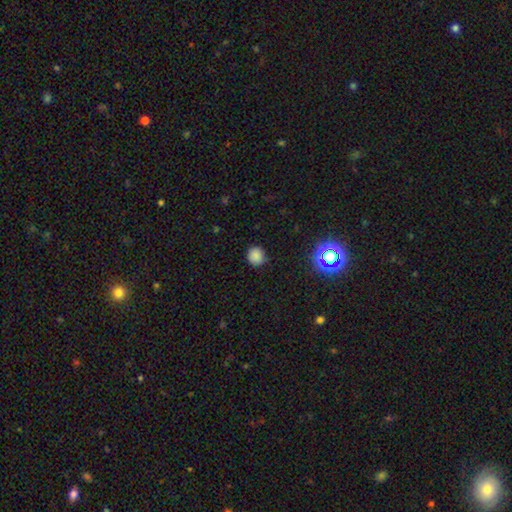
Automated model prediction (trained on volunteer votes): Smooth or featured?
  - smooth: 81% *
  - star or artifact: 15%
  - featured or disk: 4%
How rounded?
  - round: 91% *
  - in between: 8%
  - cigar-shaped: 1%
Merging?
  - none: 86% *
  - minor disturbance: 10%
  - major disturbance: 3%
  - merger: 1%